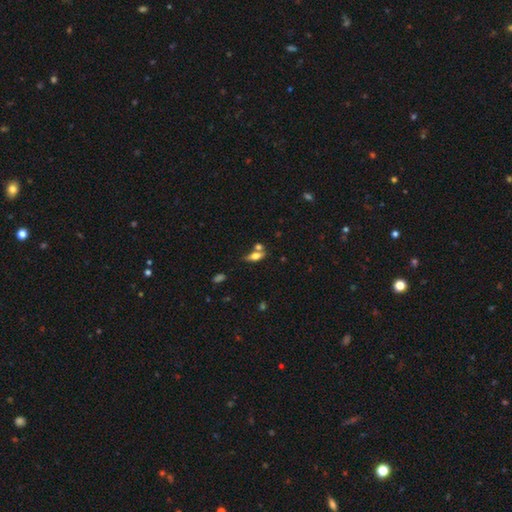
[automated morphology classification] A smooth galaxy with no disk features (62%) that is in between round and cigar-shaped (73%).

Vote fractions:
- Smooth or featured? smooth: 62% / featured or disk: 28% / star or artifact: 10%
- How rounded? in between: 73% / cigar-shaped: 22% / round: 6%
- Merging? none: 51% / merger: 29% / minor disturbance: 15% / major disturbance: 6%